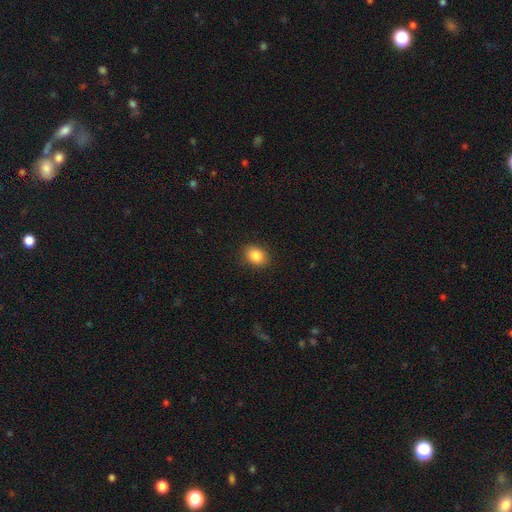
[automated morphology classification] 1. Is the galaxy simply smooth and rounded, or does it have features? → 85% smooth, 10% star or artifact, 5% featured or disk.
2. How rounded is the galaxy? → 54% in between, 45% round, 1% cigar-shaped.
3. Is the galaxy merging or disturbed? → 88% none, 9% minor disturbance, 2% major disturbance, 1% merger.